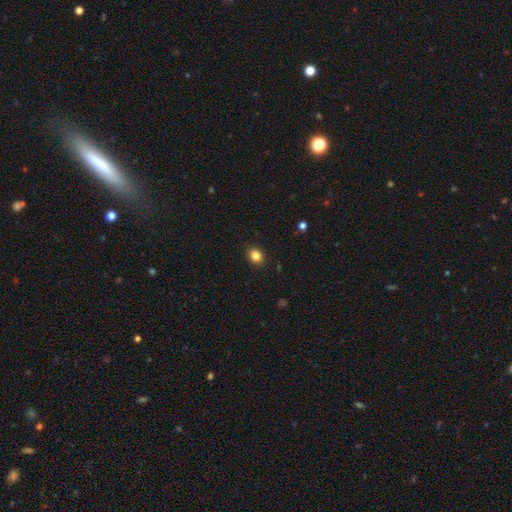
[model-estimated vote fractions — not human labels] smooth 85%, star or artifact 11%, featured or disk 5%. Down the decision tree: how rounded — round (54%); merging — none (90%).